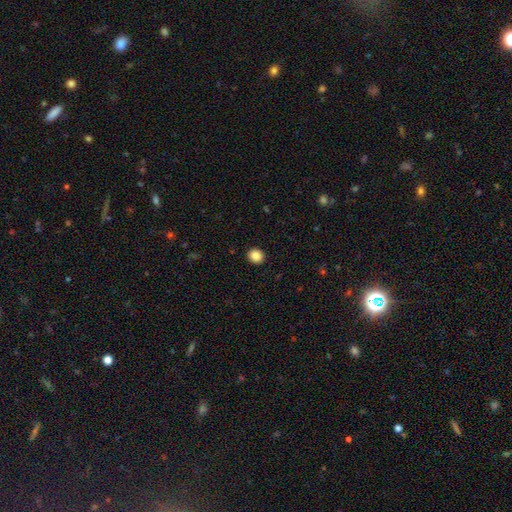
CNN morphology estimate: Smooth or featured? smooth (86%)
How rounded? round (84%)
Merging? none (93%)